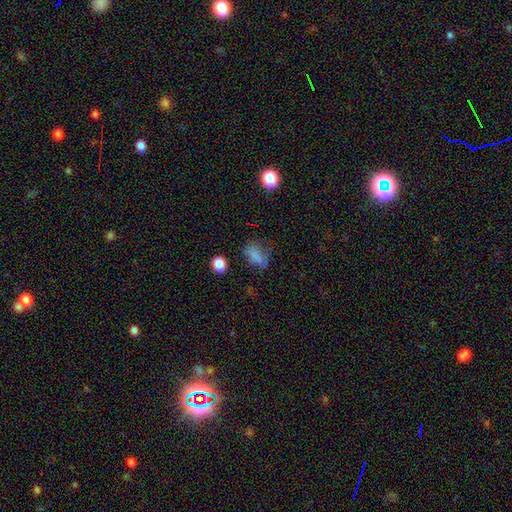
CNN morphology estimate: smooth-or-featured: smooth: 75% | star or artifact: 16% | featured or disk: 8%
  how-rounded: in between: 74% | round: 16% | cigar-shaped: 10%
  merging: none: 58% | minor disturbance: 25% | major disturbance: 14% | merger: 4%